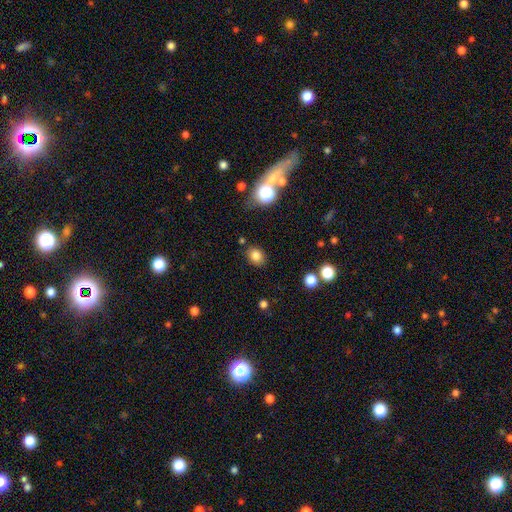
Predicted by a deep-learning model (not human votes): The model was most divided on "how rounded": round: 51%, in between: 48%, cigar-shaped: 1%. More confident: merging — none (83%); smooth or featured — smooth (82%).